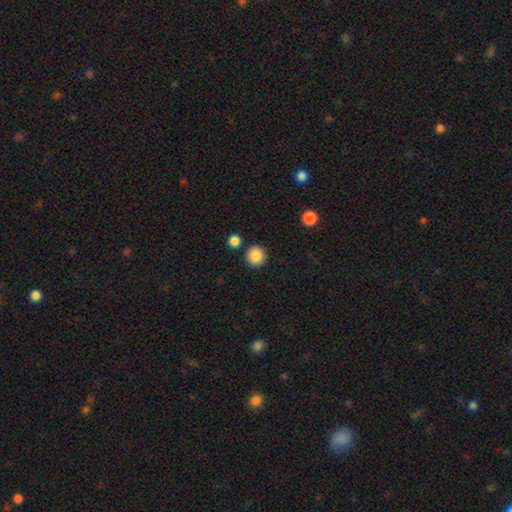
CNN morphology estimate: smooth-or-featured: smooth: 88% | star or artifact: 9% | featured or disk: 4%
  how-rounded: round: 94% | in between: 5% | cigar-shaped: 1%
  merging: none: 88% | minor disturbance: 6% | merger: 5% | major disturbance: 2%